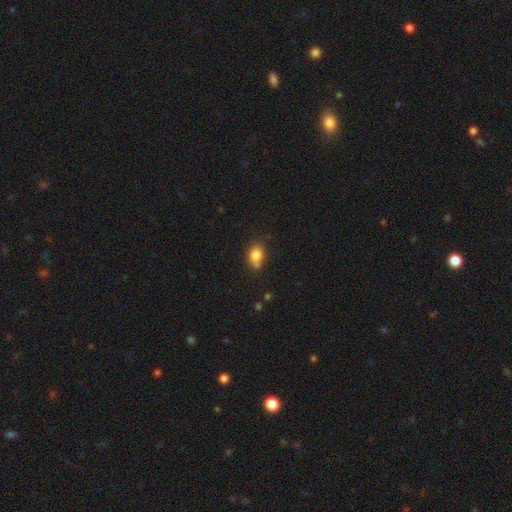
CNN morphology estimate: This appears to be a smooth galaxy with no disk features (81%) that is in between round and cigar-shaped (64%). Merging: none (60%).